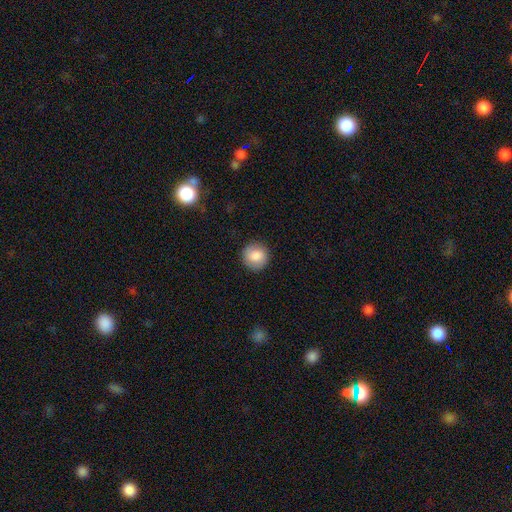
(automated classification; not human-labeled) Morphology: type=smooth (85%); roundness=round (94%); merging=none (90%).